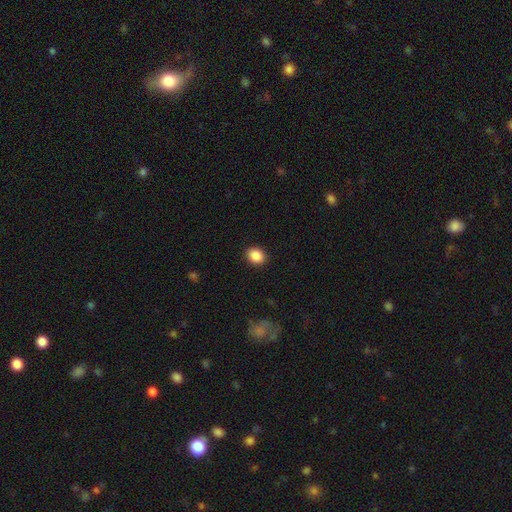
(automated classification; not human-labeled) smooth_or_featured: smooth (p=0.89) [alt: star or artifact p=0.08]
how_rounded: round (p=0.54) [alt: in between p=0.45]
merging: none (p=0.90) [alt: minor disturbance p=0.07]